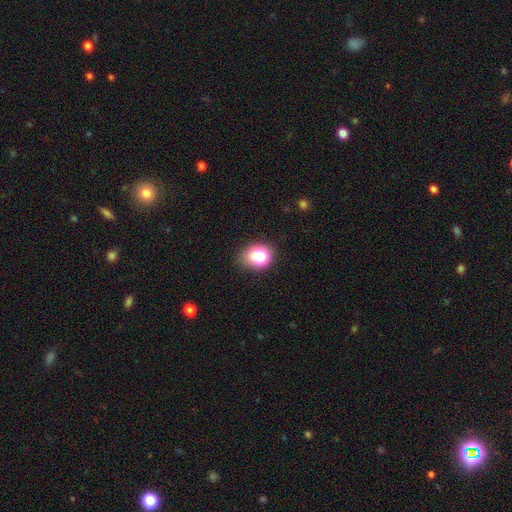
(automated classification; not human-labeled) A smooth galaxy with no disk features (73%) that is round (52%).

Vote fractions:
- Smooth or featured? smooth: 73% / star or artifact: 16% / featured or disk: 11%
- How rounded? round: 52% / in between: 46% / cigar-shaped: 1%
- Merging? none: 61% / minor disturbance: 19% / merger: 13% / major disturbance: 8%